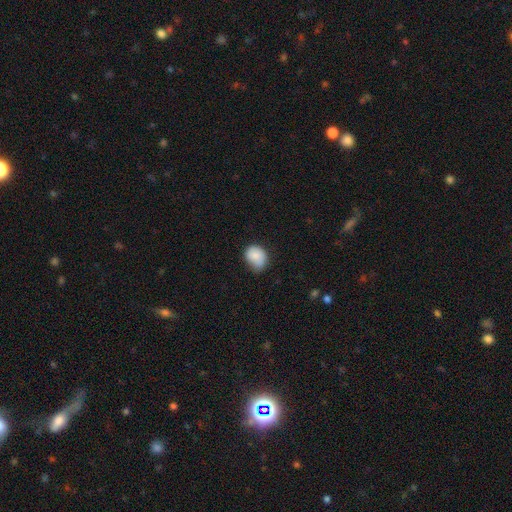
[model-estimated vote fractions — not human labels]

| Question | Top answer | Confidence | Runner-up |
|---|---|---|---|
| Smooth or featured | smooth | 80% | featured or disk (12%) |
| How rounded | round | 50% | in between (49%) |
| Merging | none | 52% | minor disturbance (38%) |